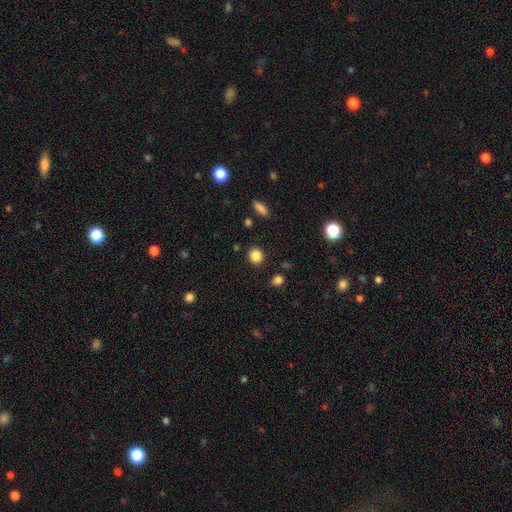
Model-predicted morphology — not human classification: Smooth or featured?
  - smooth: 85% *
  - star or artifact: 11%
  - featured or disk: 4%
How rounded?
  - round: 81% *
  - in between: 18%
  - cigar-shaped: 1%
Merging?
  - none: 89% *
  - minor disturbance: 7%
  - major disturbance: 3%
  - merger: 2%